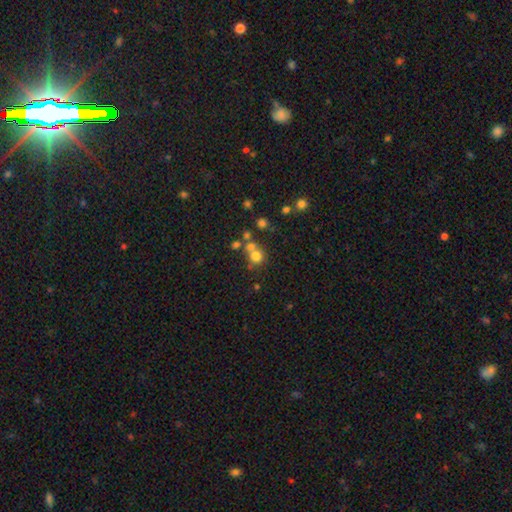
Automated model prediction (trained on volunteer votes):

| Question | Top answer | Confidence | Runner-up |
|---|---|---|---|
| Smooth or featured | smooth | 71% | star or artifact (17%) |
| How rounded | round | 86% | in between (13%) |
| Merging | none | 51% | merger (35%) |